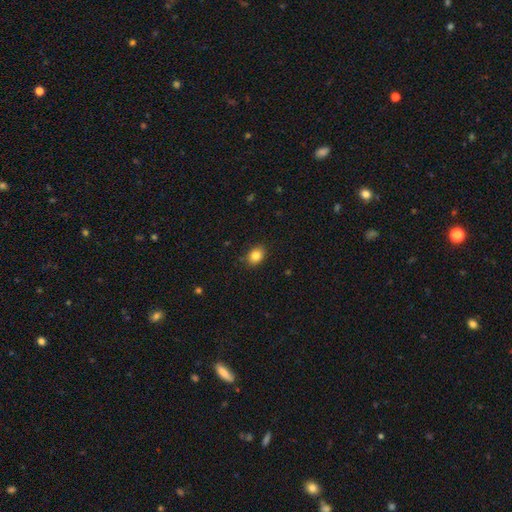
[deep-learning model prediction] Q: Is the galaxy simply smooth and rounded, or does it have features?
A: smooth — 84%.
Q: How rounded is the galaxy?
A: in between — 62%.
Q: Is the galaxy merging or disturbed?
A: none — 86%.